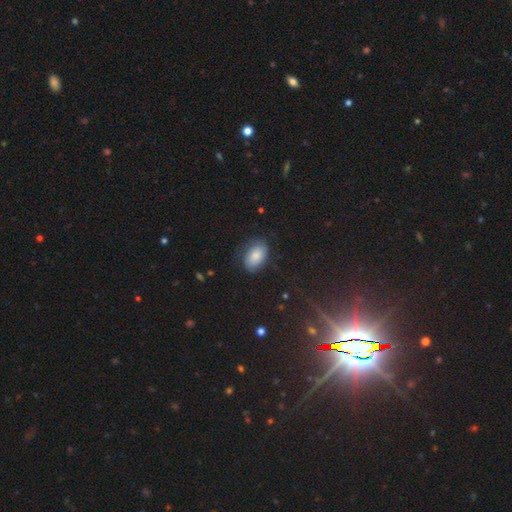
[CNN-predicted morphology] type=smooth (75%); roundness=in between (89%); merging=none (72%).